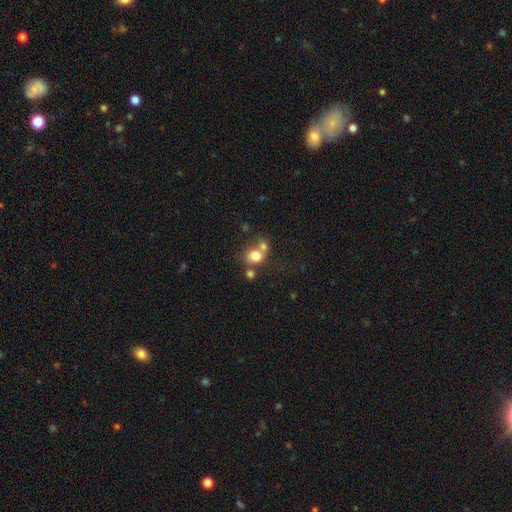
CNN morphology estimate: Smooth or featured? smooth (77%)
How rounded? round (68%)
Merging? merger (43%)